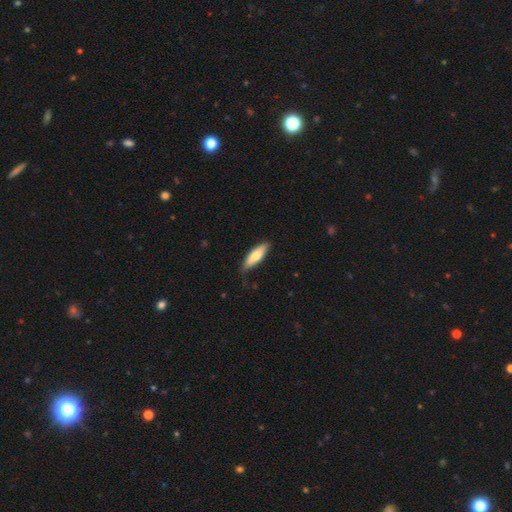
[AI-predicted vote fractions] smooth_or_featured: smooth (p=0.72) [alt: featured or disk p=0.23]
how_rounded: in between (p=0.55) [alt: cigar-shaped p=0.43]
merging: none (p=0.70) [alt: minor disturbance p=0.24]